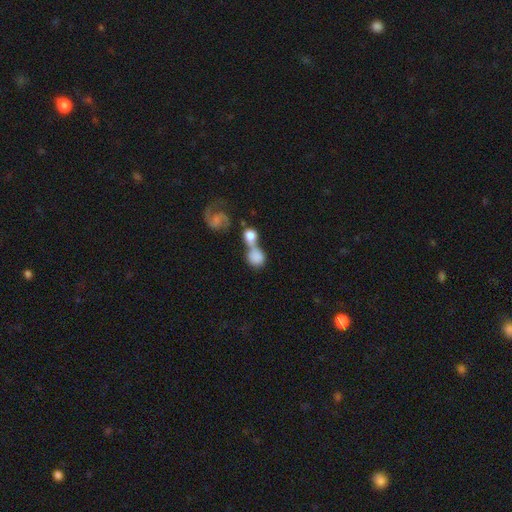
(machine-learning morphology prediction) Smooth or featured? smooth (71%)
How rounded? round (78%)
Merging? merger (63%)